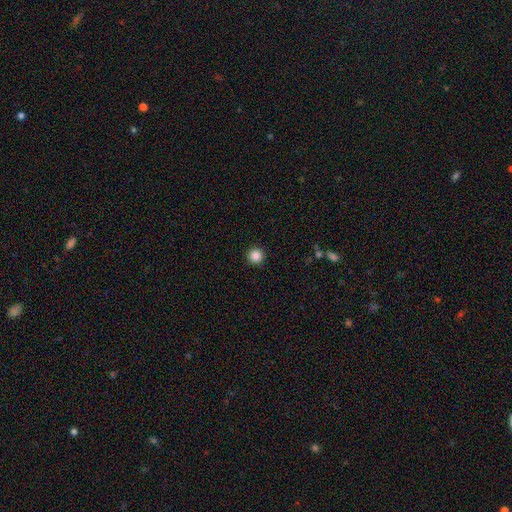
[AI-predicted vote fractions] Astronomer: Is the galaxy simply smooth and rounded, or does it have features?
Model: smooth — 86%.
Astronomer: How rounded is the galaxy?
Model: round — 96%.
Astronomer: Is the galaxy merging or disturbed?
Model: none — 93%.